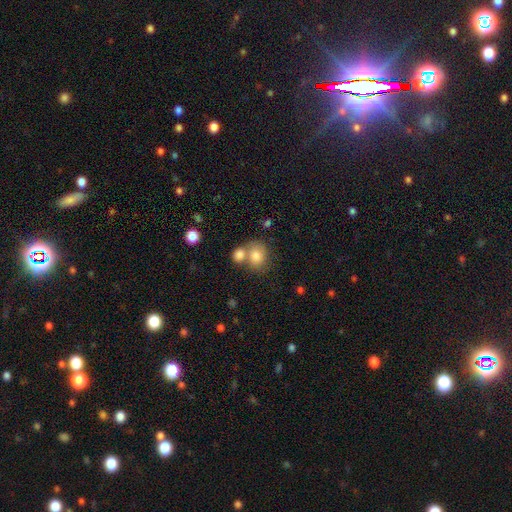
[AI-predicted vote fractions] smooth-or-featured: smooth: 79% | featured or disk: 12% | star or artifact: 9%
  how-rounded: round: 59% | in between: 40% | cigar-shaped: 1%
  merging: merger: 47% | none: 39% | minor disturbance: 10% | major disturbance: 4%